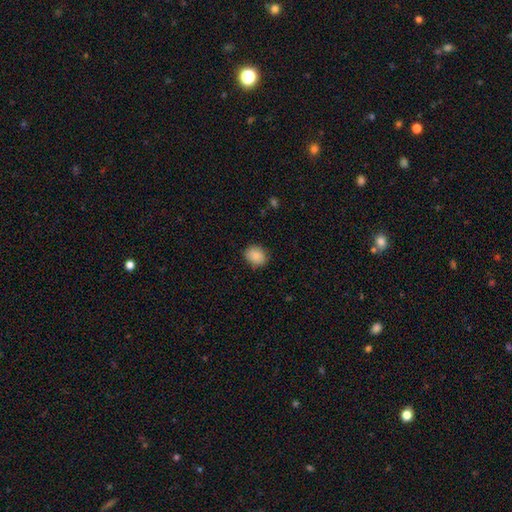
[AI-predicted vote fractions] smooth_or_featured: smooth (p=0.88) [alt: star or artifact p=0.08]
how_rounded: round (p=0.56) [alt: in between p=0.43]
merging: none (p=0.87) [alt: minor disturbance p=0.10]